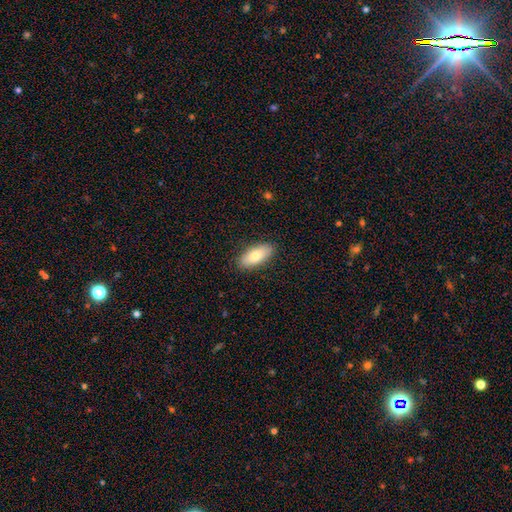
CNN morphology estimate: Q: Smooth or featured?
A: smooth (78%); runner-up: featured or disk (16%)
Q: How rounded?
A: in between (85%); runner-up: cigar-shaped (13%)
Q: Merging?
A: none (88%); runner-up: minor disturbance (9%)